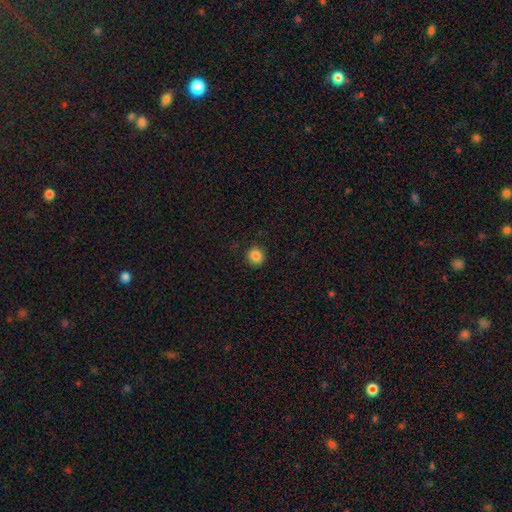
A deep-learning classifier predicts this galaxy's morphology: Overall: smooth (85%). How rounded: round (89%). Merging: none (90%).